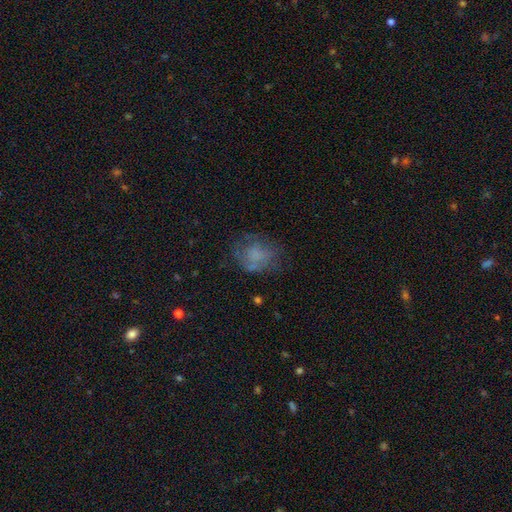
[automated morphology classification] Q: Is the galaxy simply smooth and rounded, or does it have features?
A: smooth — 55%.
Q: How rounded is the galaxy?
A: round — 55%.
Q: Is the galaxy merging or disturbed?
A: none — 55%.